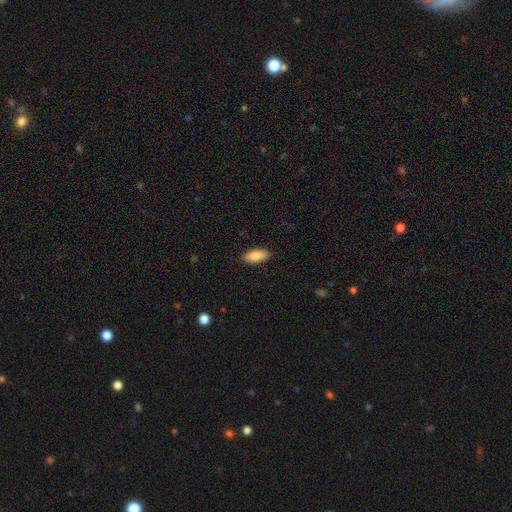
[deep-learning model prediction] smooth-or-featured: smooth: 88% | featured or disk: 6% | star or artifact: 6%
  how-rounded: in between: 86% | cigar-shaped: 12% | round: 2%
  merging: none: 87% | minor disturbance: 10% | major disturbance: 2% | merger: 1%